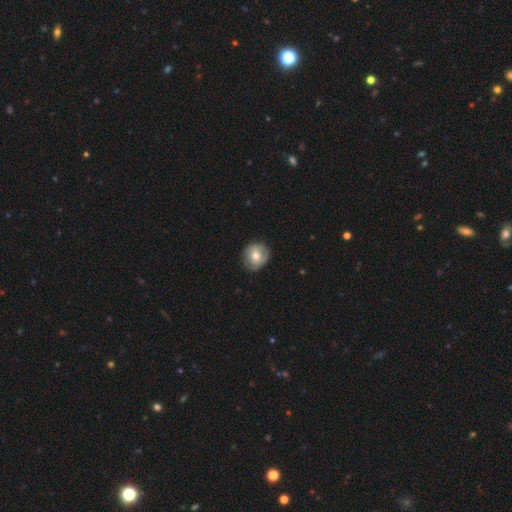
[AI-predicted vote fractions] Smooth or featured: smooth — 61% (featured or disk — 32%)
How rounded: round — 84% (in between — 15%)
Merging: none — 75% (minor disturbance — 20%)